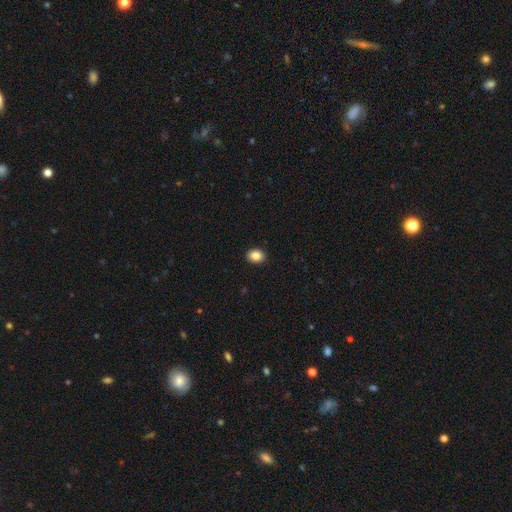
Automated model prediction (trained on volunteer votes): Morphology: type=smooth (87%); roundness=in between (59%); merging=none (91%).